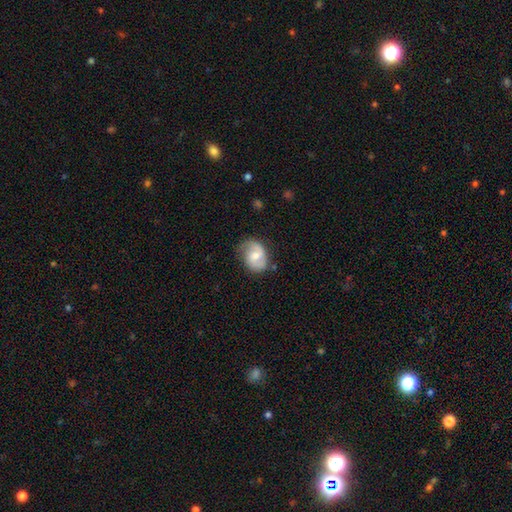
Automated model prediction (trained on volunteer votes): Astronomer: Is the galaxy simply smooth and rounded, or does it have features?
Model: featured or disk — 59%.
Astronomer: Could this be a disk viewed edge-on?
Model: no — 97%.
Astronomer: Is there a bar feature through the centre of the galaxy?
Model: weak — 47% (runner-up: no, 43%).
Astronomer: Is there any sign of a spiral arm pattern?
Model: yes — 89%.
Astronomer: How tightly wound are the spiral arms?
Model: medium — 45% (runner-up: loose, 35%).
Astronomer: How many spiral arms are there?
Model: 2 — 82%.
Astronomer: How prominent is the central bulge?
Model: moderate — 60%.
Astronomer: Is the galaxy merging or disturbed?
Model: none — 68%.